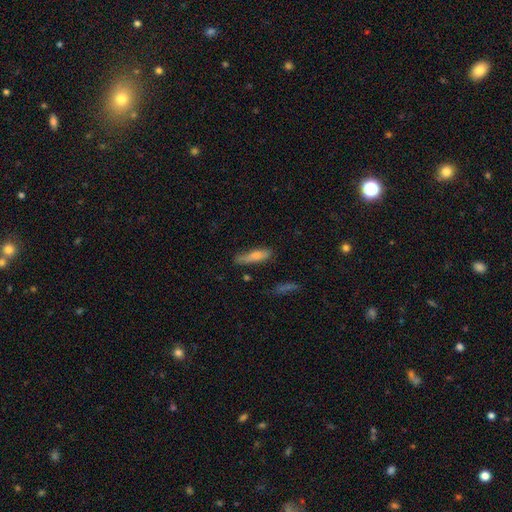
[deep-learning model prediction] Overall: smooth (77%). How rounded: cigar-shaped (67%; in between 30%). Merging: none (63%; minor disturbance 26%).